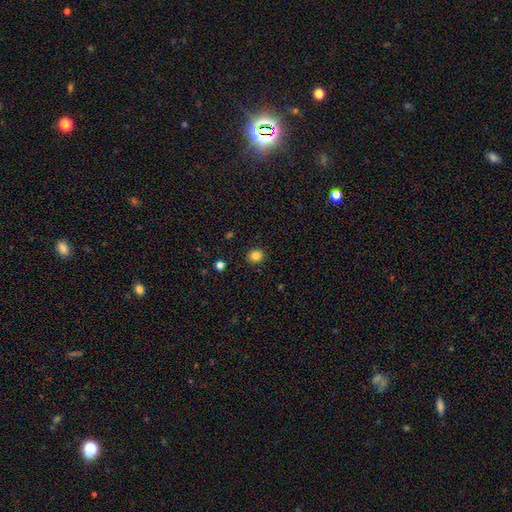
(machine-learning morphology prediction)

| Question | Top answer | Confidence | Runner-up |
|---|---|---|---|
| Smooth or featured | smooth | 83% | star or artifact (12%) |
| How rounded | round | 79% | in between (20%) |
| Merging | none | 91% | minor disturbance (6%) |